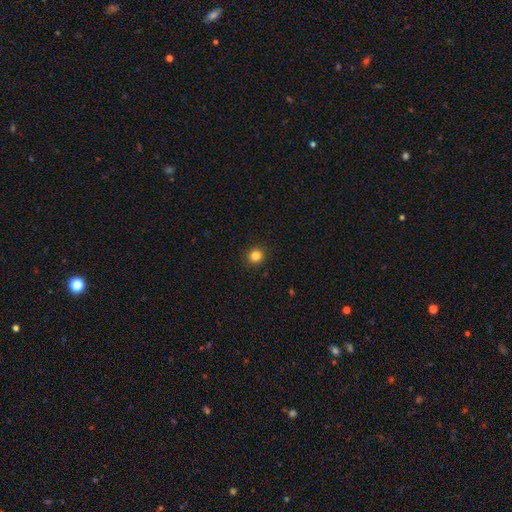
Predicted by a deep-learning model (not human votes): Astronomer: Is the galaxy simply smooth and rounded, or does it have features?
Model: smooth — 83%.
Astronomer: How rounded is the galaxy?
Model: round — 93%.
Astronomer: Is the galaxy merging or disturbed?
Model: none — 92%.